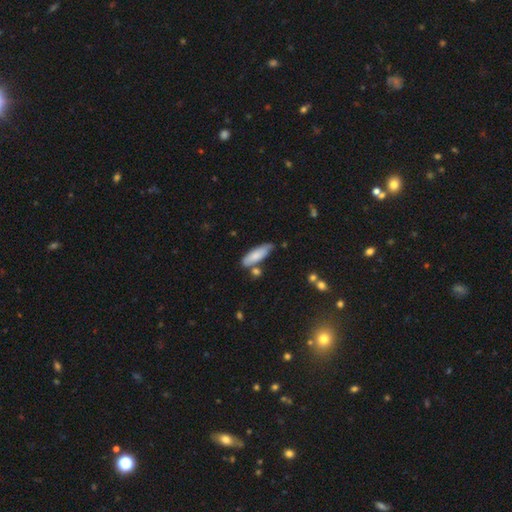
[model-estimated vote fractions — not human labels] smooth_or_featured: smooth (p=0.80) [alt: featured or disk p=0.15]
how_rounded: in between (p=0.49) [tied with: cigar-shaped p=0.49]
merging: none (p=0.66) [alt: minor disturbance p=0.20]